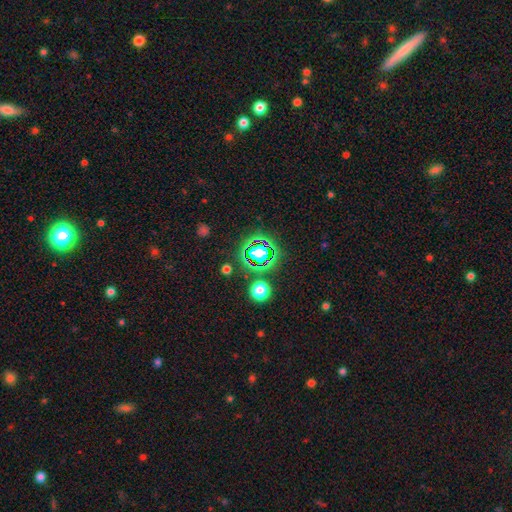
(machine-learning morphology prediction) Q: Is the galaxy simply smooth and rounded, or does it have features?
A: star or artifact — 77%.